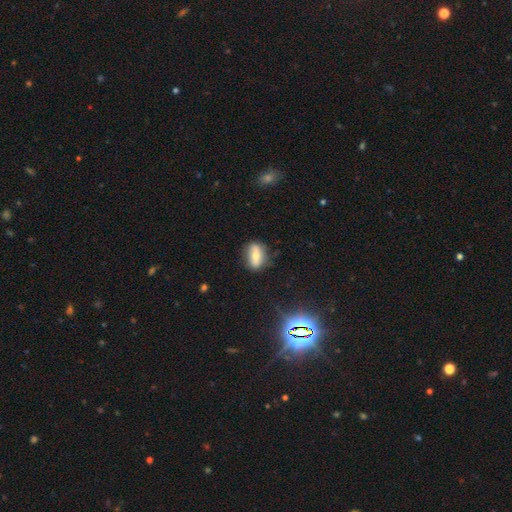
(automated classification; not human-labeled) Smooth or featured? smooth (55%)
How rounded? in between (78%)
Merging? none (75%)